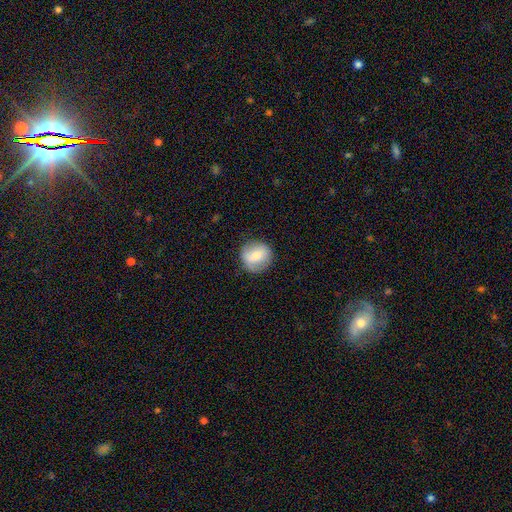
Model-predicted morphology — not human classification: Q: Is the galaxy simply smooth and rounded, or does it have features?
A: smooth — 67%.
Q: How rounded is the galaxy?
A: round — 89%.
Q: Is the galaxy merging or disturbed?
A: none — 82%.